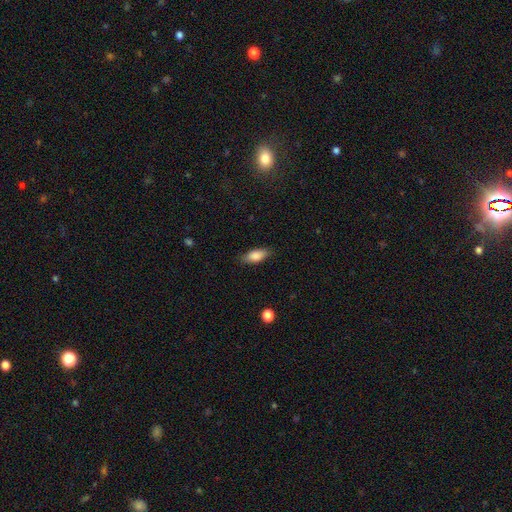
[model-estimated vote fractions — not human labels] This is clearly a smooth galaxy (83%). How rounded: clearly in between (81%). Merging: clearly none (84%).